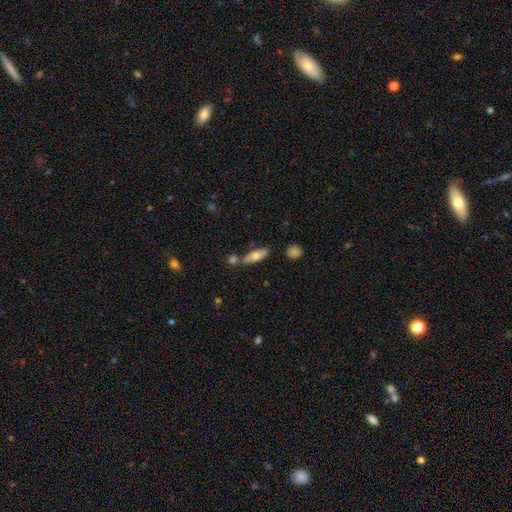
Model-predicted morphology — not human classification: Smooth or featured?
  - smooth: 68% *
  - featured or disk: 25%
  - star or artifact: 7%
How rounded?
  - in between: 58% *
  - cigar-shaped: 39%
  - round: 3%
Merging?
  - none: 61% *
  - merger: 19%
  - minor disturbance: 15%
  - major disturbance: 4%